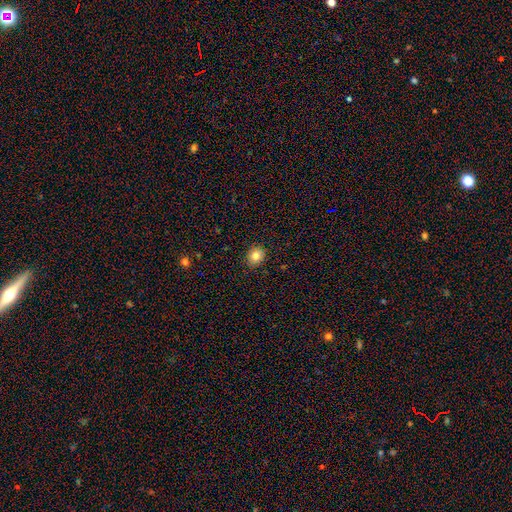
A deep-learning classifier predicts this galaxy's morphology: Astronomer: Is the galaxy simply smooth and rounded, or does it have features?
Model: smooth — 82%.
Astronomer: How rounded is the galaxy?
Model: round — 70%.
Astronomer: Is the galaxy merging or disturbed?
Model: none — 90%.